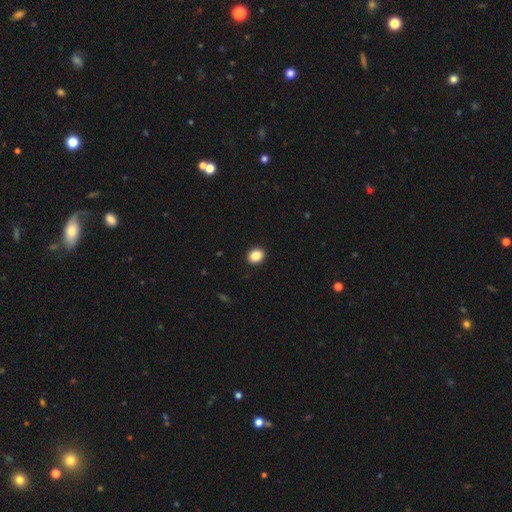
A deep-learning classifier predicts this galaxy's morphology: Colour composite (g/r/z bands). It shows a smooth galaxy with no disk features (87%) that is round (51%). Merging: none (92%).